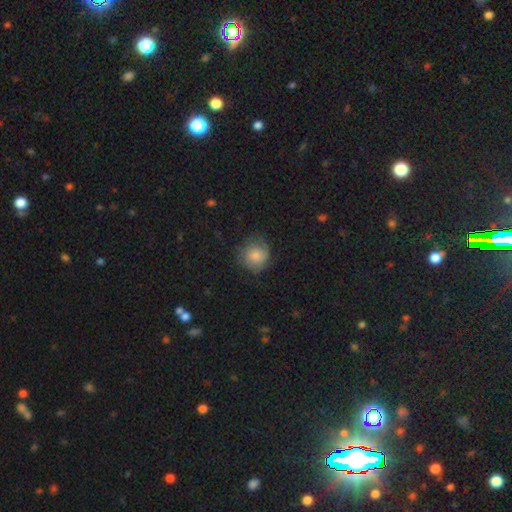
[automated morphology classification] Q: Smooth or featured?
A: smooth (74%); runner-up: featured or disk (18%)
Q: How rounded?
A: round (85%); runner-up: in between (14%)
Q: Merging?
A: none (64%); runner-up: minor disturbance (25%)